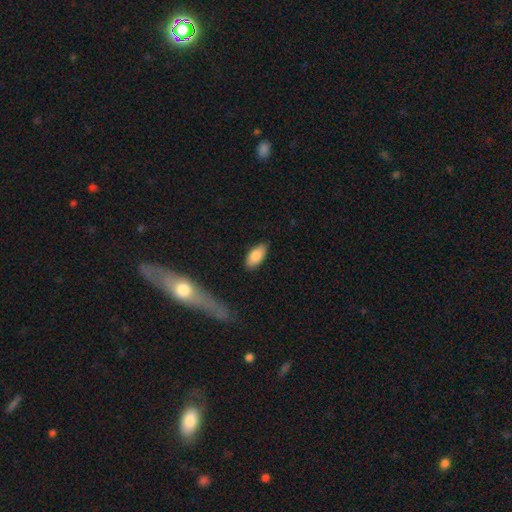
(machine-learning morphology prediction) Smooth or featured? smooth (85%)
How rounded? in between (91%)
Merging? none (86%)